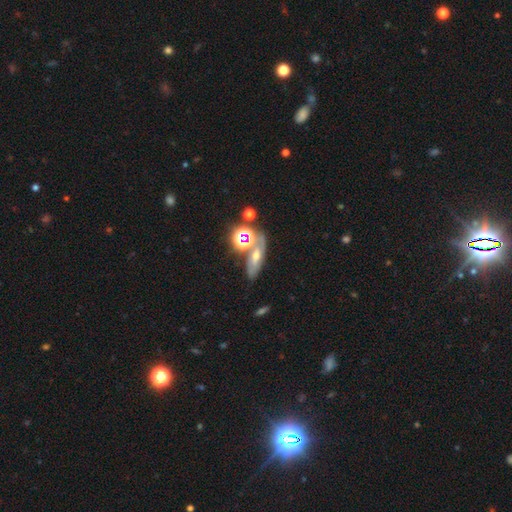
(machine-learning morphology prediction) Q: Smooth or featured?
A: star or artifact (36%); runner-up: featured or disk (33%)